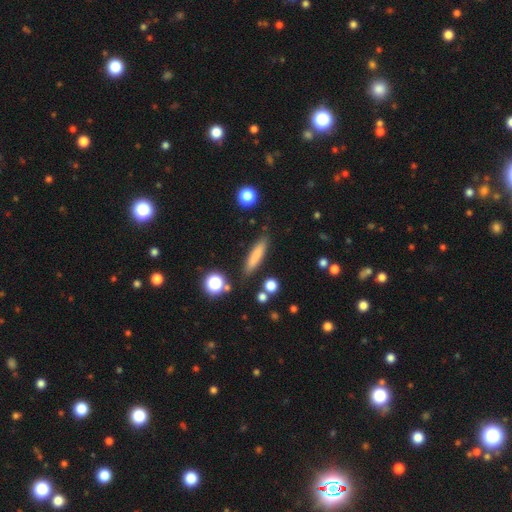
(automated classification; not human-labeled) Q: Smooth or featured?
A: smooth (78%); runner-up: featured or disk (14%)
Q: How rounded?
A: cigar-shaped (84%); runner-up: in between (14%)
Q: Merging?
A: none (85%); runner-up: minor disturbance (9%)